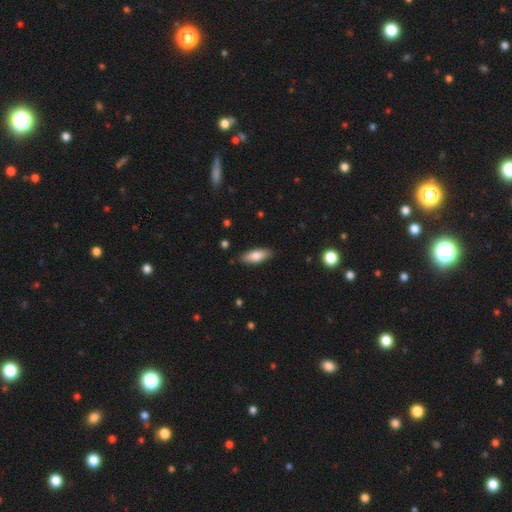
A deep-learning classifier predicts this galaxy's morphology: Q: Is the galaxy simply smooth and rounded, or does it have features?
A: smooth — 75%.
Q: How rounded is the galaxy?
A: in between — 71%.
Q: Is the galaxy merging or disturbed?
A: none — 87%.